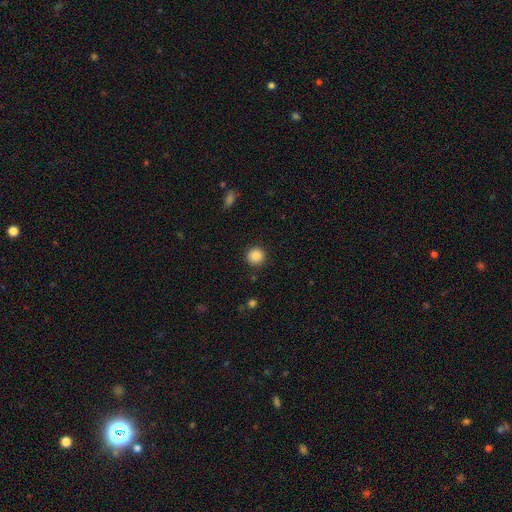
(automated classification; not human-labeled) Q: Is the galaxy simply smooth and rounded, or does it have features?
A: smooth — 88%.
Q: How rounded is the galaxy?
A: round — 94%.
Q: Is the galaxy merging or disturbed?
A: none — 91%.